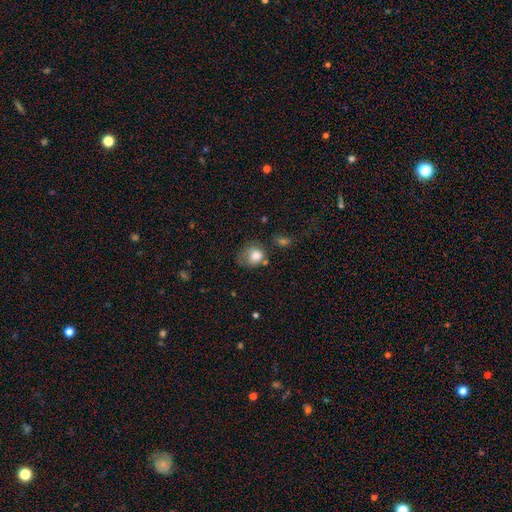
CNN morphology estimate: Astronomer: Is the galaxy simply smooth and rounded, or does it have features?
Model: smooth — 77%.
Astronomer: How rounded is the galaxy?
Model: round — 63%.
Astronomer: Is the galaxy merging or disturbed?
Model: none — 38% (runner-up: minor disturbance, 30%).